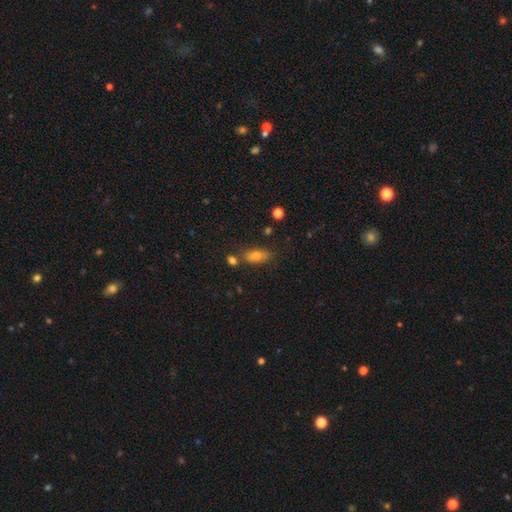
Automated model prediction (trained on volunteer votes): Smooth or featured?
  - smooth: 73% *
  - star or artifact: 14%
  - featured or disk: 13%
How rounded?
  - in between: 82% *
  - cigar-shaped: 10%
  - round: 8%
Merging?
  - none: 70% *
  - minor disturbance: 13%
  - merger: 12%
  - major disturbance: 4%